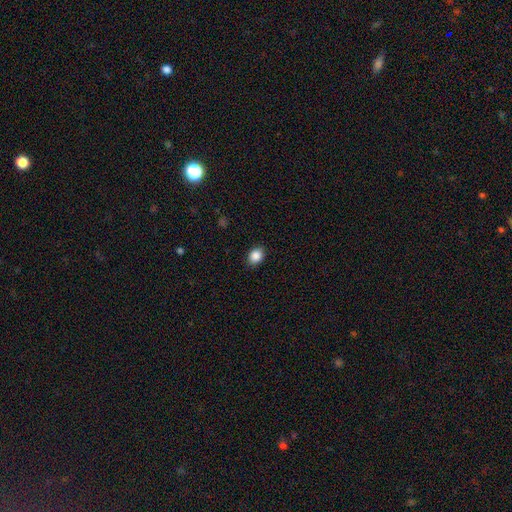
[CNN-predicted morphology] Smooth or featured? Predicted: smooth (p=0.87). How rounded? Predicted: in between (p=0.65). Merging? Predicted: none (p=0.88).